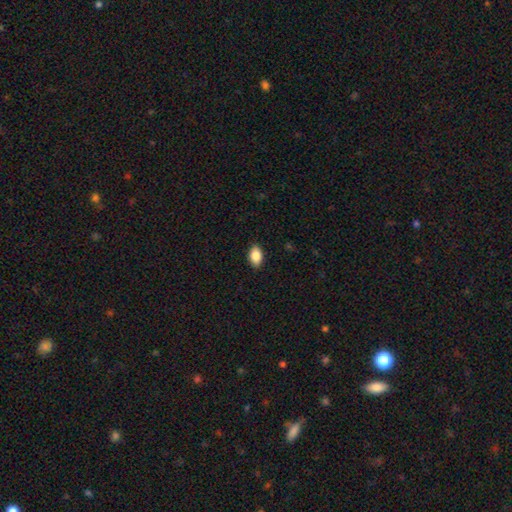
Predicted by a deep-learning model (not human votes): Overall: smooth (86%). How rounded: in between (91%). Merging: none (88%).